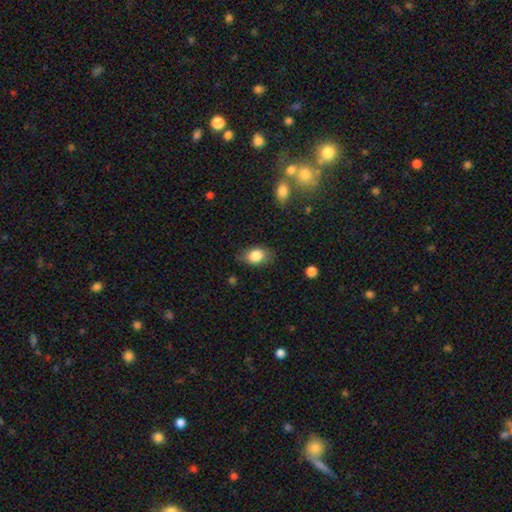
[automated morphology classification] This appears to be a smooth galaxy with no disk features (83%) that is in between round and cigar-shaped (82%). Merging: none (79%).